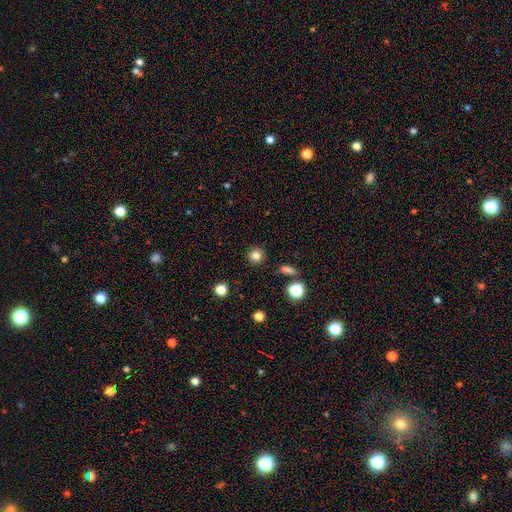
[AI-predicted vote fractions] Smooth or featured? smooth (82%)
How rounded? round (93%)
Merging? none (89%)